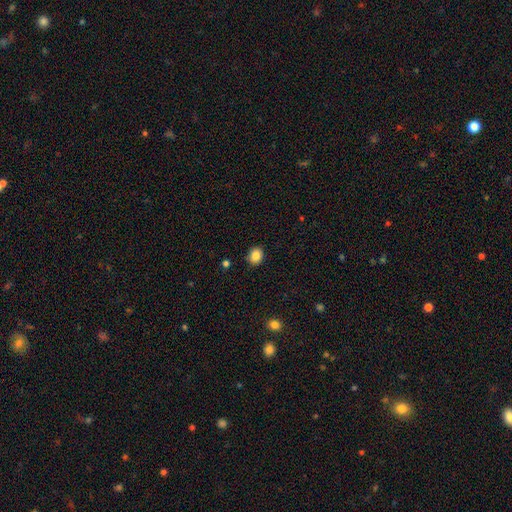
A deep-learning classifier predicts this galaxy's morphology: Smooth or featured: smooth — 86% (star or artifact — 9%)
How rounded: round — 60% (in between — 39%)
Merging: none — 88% (minor disturbance — 8%)